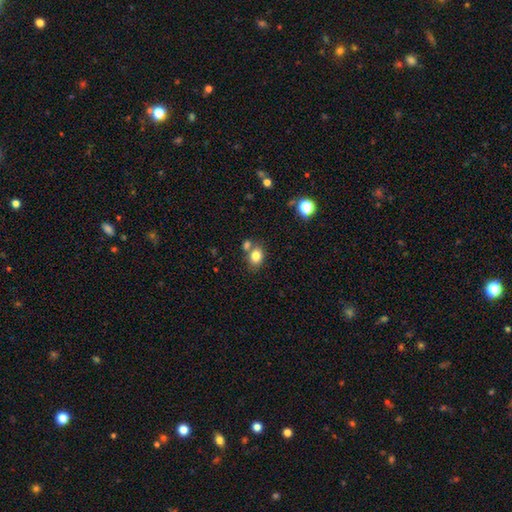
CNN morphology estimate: This appears to be a smooth galaxy with no disk features (81%) that is in between round and cigar-shaped (60%). Merging: none (59%).